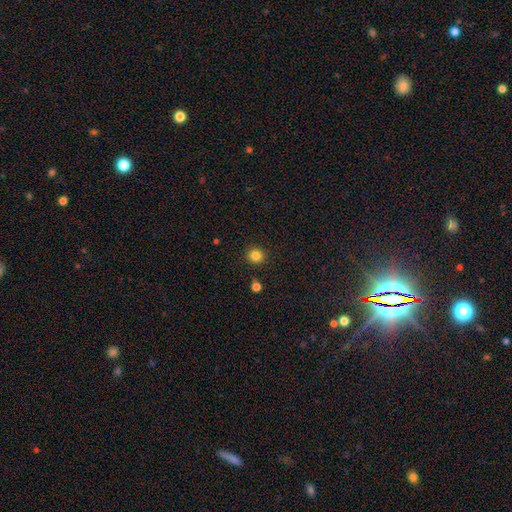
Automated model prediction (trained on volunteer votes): Smooth or featured? Predicted: smooth (p=0.84). How rounded? Predicted: round (p=0.93). Merging? Predicted: none (p=0.90).